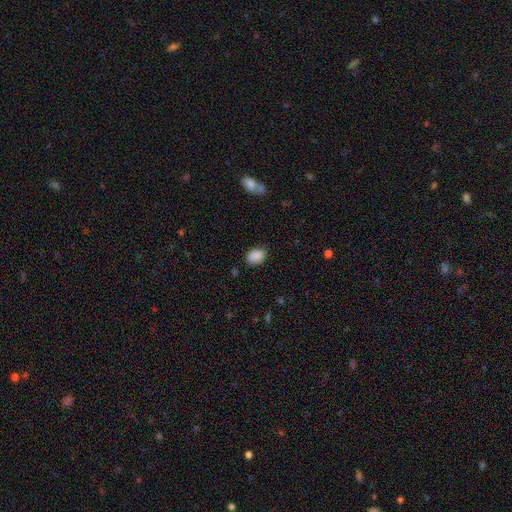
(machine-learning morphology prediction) smooth 87%, star or artifact 8%, featured or disk 5%. Down the decision tree: how rounded — in between (78%); merging — none (76%).